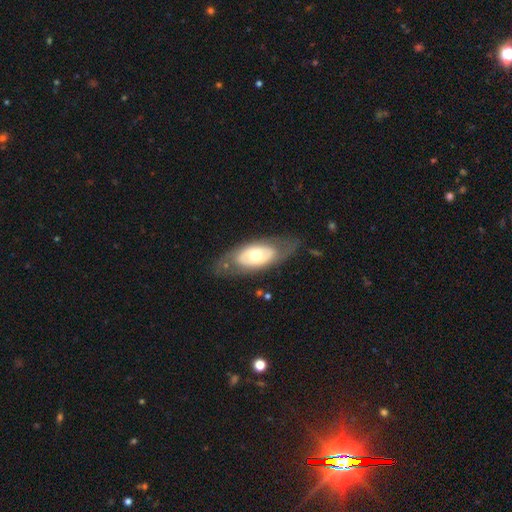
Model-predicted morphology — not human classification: This is possibly a featured or disk galaxy (59%). It is clearly not viewed edge-on (87%). Bar: clearly no (84%). Spiral arm pattern: likely no (77%). Central bulge: likely moderate (68%). Merging: likely none (69%).